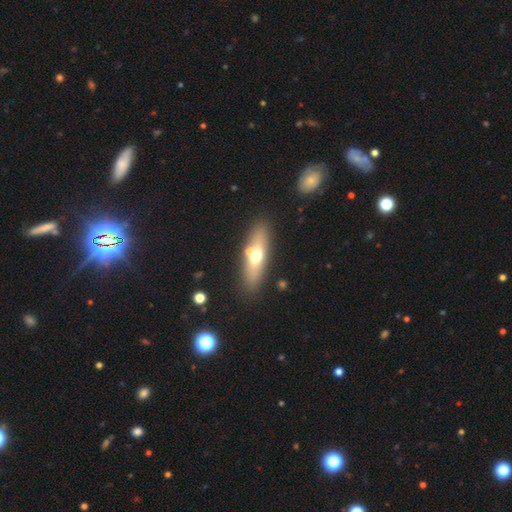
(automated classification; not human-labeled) Smooth or featured: smooth — 53% (featured or disk — 38%)
How rounded: cigar-shaped — 50% (in between — 45%)
Merging: none — 76% (merger — 11%)